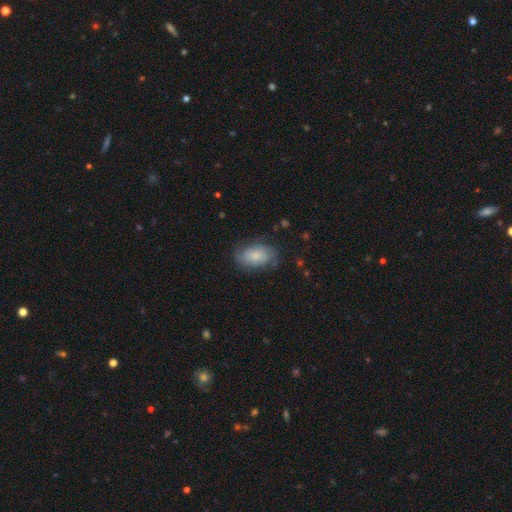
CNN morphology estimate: smooth-or-featured: smooth: 70% | featured or disk: 23% | star or artifact: 7%
  how-rounded: in between: 89% | round: 9% | cigar-shaped: 2%
  merging: none: 69% | minor disturbance: 22% | major disturbance: 8% | merger: 1%